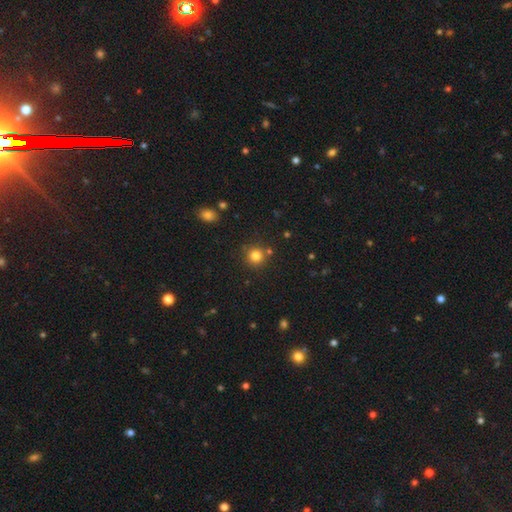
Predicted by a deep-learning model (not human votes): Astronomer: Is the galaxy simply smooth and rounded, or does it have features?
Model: smooth — 81%.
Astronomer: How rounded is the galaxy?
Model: round — 93%.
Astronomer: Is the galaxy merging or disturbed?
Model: none — 82%.